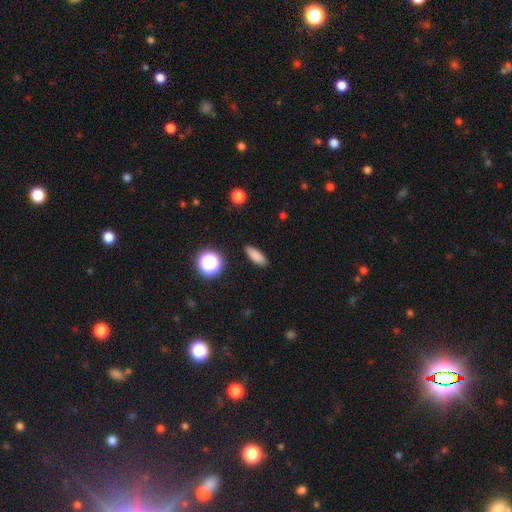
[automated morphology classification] A smooth galaxy with no disk features (83%) that is in between round and cigar-shaped (60%).

Vote fractions:
- Smooth or featured? smooth: 83% / star or artifact: 11% / featured or disk: 6%
- How rounded? in between: 60% / cigar-shaped: 35% / round: 5%
- Merging? none: 88% / minor disturbance: 9% / major disturbance: 2% / merger: 1%